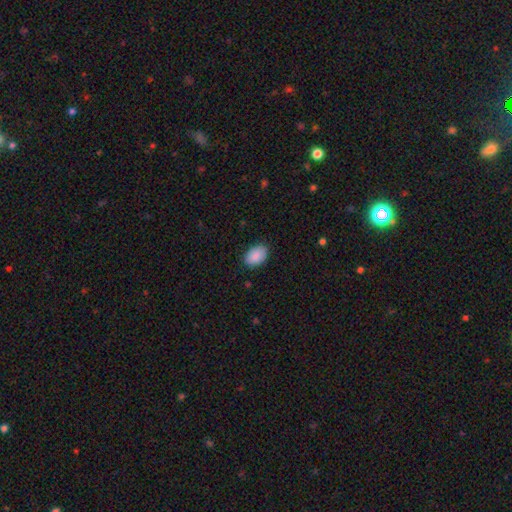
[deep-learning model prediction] Smooth or featured: smooth — 91% (star or artifact — 6%)
How rounded: in between — 91% (round — 8%)
Merging: none — 87% (minor disturbance — 10%)